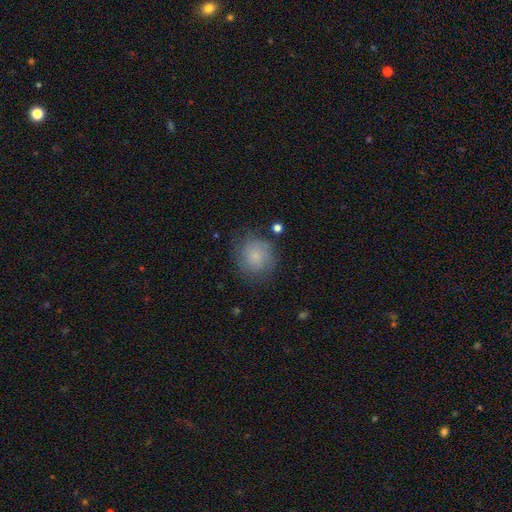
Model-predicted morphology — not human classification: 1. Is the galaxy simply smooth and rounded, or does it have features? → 77% smooth, 13% featured or disk, 10% star or artifact.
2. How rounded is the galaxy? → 87% round, 12% in between, 1% cigar-shaped.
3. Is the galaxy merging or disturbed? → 73% none, 17% minor disturbance, 7% major disturbance, 3% merger.